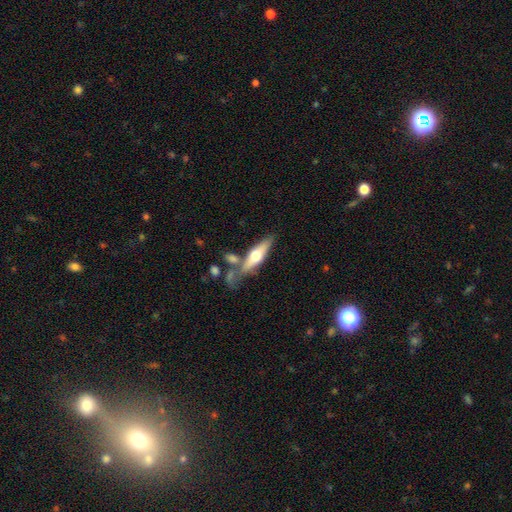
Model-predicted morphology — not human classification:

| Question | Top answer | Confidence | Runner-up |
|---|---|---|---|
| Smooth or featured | featured or disk | 53% | smooth (41%) |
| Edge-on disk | yes | 88% | no (12%) |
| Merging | none | 57% | merger (19%) |